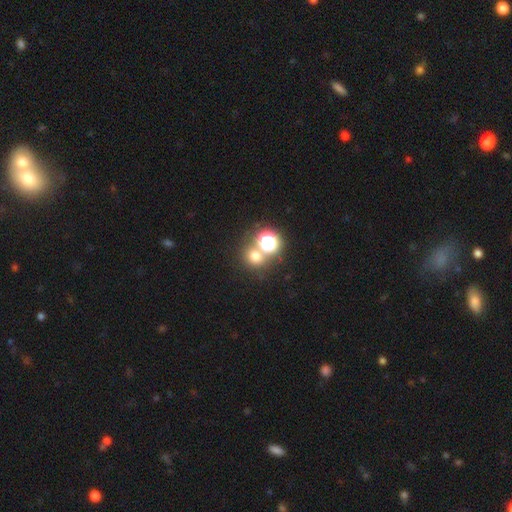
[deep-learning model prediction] smooth-or-featured: smooth: 63% | star or artifact: 29% | featured or disk: 8%
  how-rounded: round: 85% | in between: 14% | cigar-shaped: 1%
  merging: none: 64% | merger: 25% | minor disturbance: 7% | major disturbance: 3%